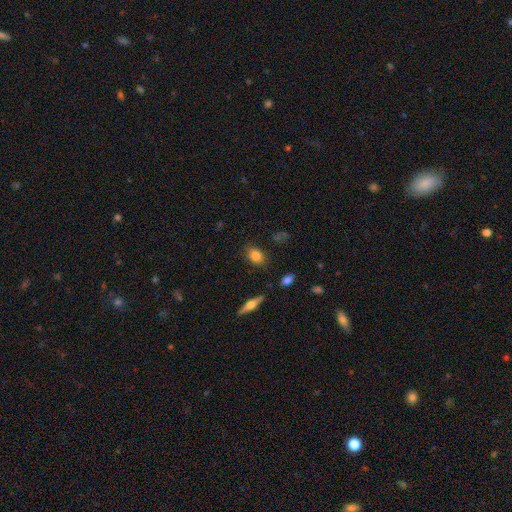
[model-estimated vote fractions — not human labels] This appears to be a smooth galaxy with no disk features (82%) that is in between round and cigar-shaped (64%). Merging: none (82%).